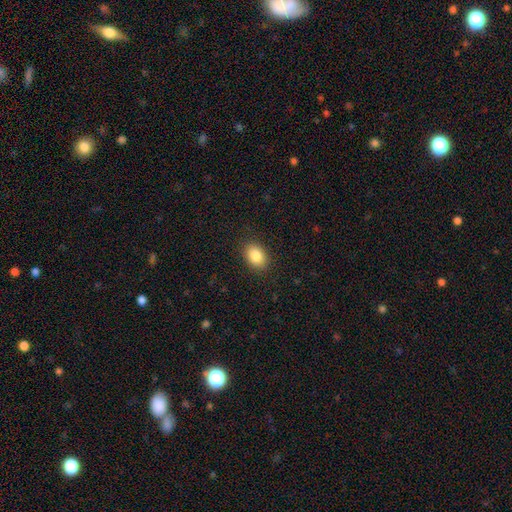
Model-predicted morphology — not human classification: A smooth galaxy with no disk features (86%) that is in between round and cigar-shaped (80%). Merging: none (88%).